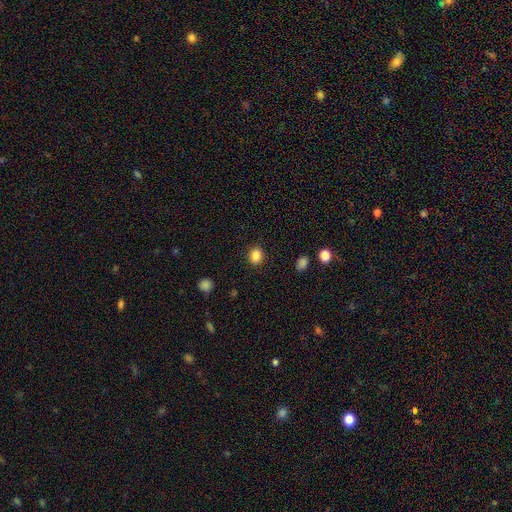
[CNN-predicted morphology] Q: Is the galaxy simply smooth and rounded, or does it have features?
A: smooth — 86%.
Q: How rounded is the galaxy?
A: round — 69%.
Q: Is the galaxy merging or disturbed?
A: none — 89%.